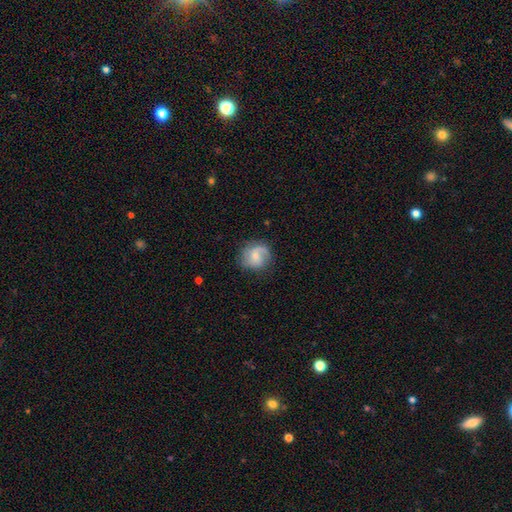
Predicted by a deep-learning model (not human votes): Morphology: type=featured or disk (54%); edge-on=no (98%); bar=no (54%); spiral arms=yes (87%); bulge=small (55%); merging=none (70%).